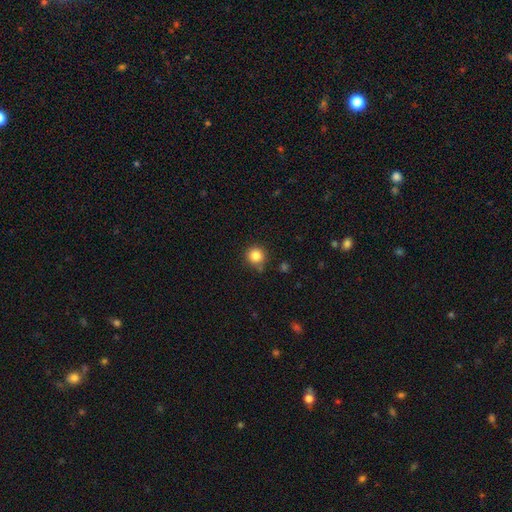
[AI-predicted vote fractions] Smooth or featured?
  - smooth: 85% *
  - star or artifact: 11%
  - featured or disk: 4%
How rounded?
  - round: 93% *
  - in between: 6%
  - cigar-shaped: 1%
Merging?
  - none: 82% *
  - minor disturbance: 12%
  - merger: 4%
  - major disturbance: 3%